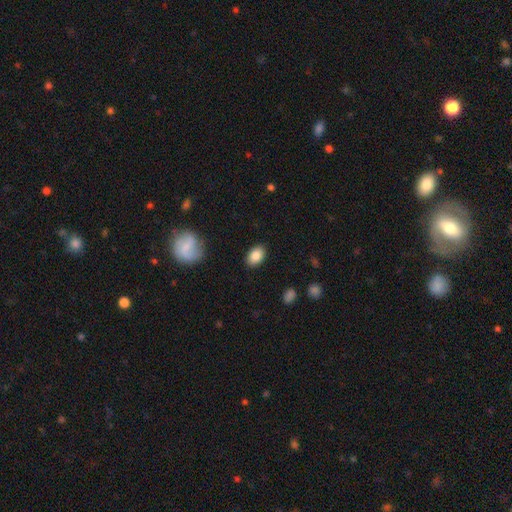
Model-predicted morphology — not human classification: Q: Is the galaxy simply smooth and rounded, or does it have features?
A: smooth — 86%.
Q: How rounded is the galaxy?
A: in between — 85%.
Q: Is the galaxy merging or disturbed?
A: none — 87%.